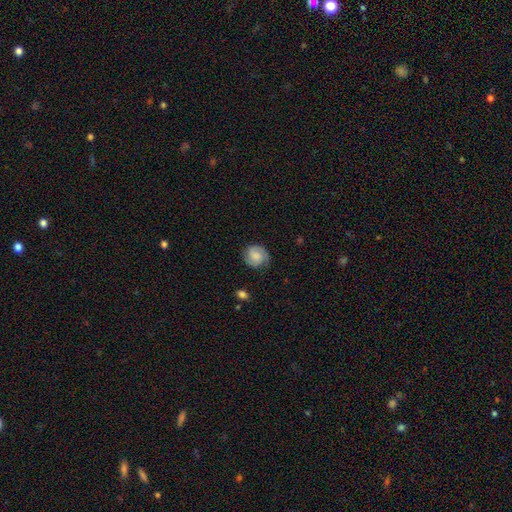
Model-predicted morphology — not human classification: featured or disk 52%, smooth 40%, star or artifact 8%. Down the decision tree: edge-on disk — no (97%); bar — no (64%); spiral arms — yes (92%); bulge size — small (32%); merging — none (76%).